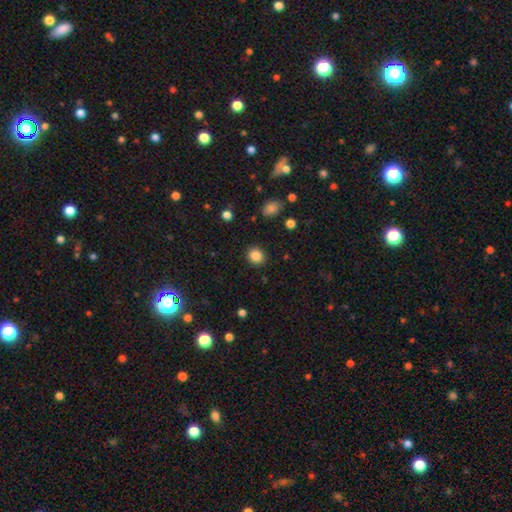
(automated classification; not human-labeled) Smooth or featured? smooth (86%)
How rounded? round (80%)
Merging? none (90%)